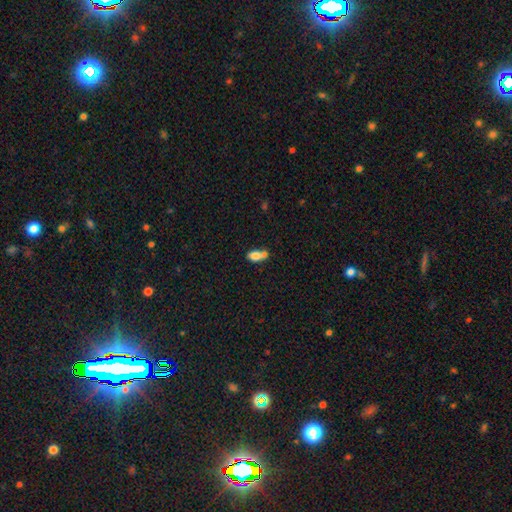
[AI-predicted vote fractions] smooth 76%, featured or disk 15%, star or artifact 9%. Down the decision tree: how rounded — in between (82%); merging — merger (52%).